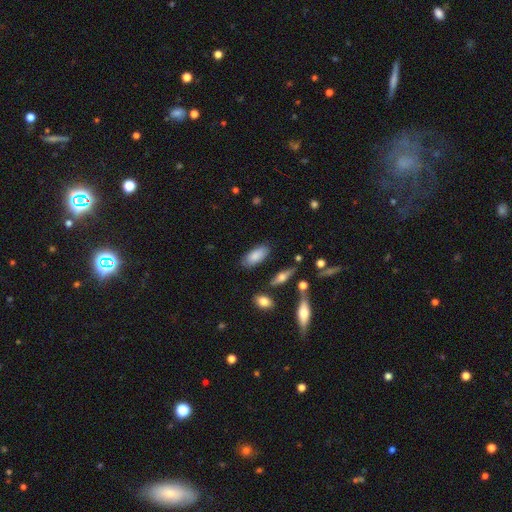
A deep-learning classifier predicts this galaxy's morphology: smooth 82%, featured or disk 11%, star or artifact 7%. Down the decision tree: how rounded — in between (88%); merging — none (80%).